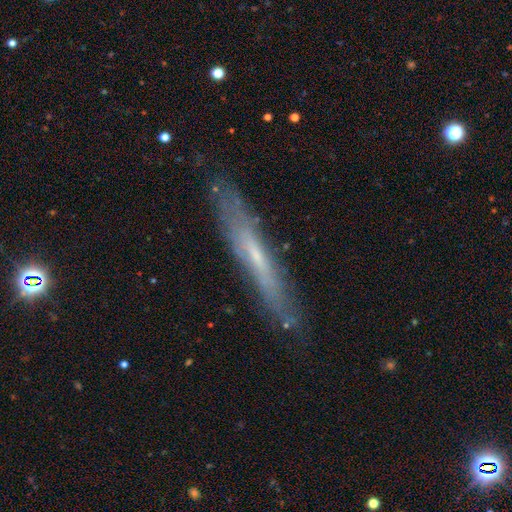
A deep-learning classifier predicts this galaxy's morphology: This appears to be a featured or disk galaxy (60%) viewed edge-on (79%). Merging: none (81%).